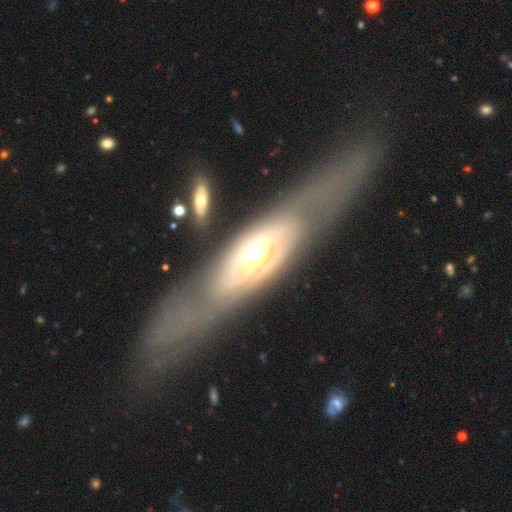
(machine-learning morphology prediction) A featured or disk galaxy (77%).

Vote fractions:
- Smooth or featured? featured or disk: 77% / smooth: 17% / star or artifact: 6%
- Edge-on disk? no: 54% / yes: 46%
- Merging? none: 62% / major disturbance: 18% / minor disturbance: 17% / merger: 4%